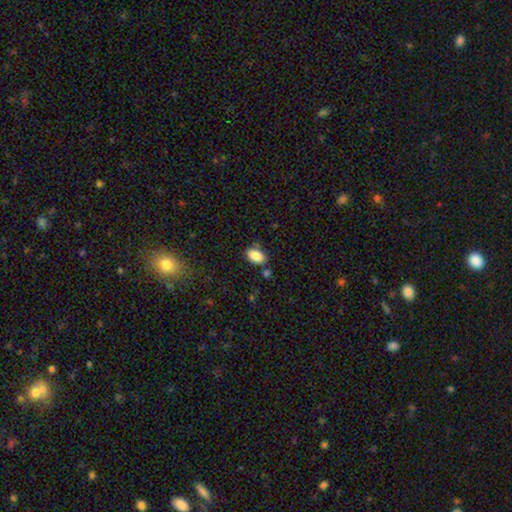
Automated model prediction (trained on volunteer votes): Smooth or featured? smooth (87%)
How rounded? in between (91%)
Merging? none (75%)